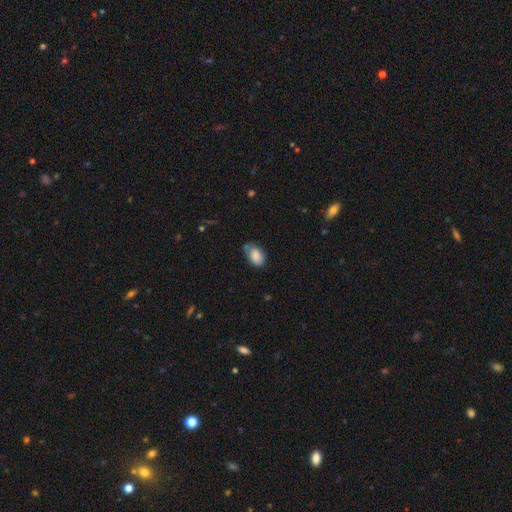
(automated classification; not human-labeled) Smooth or featured: smooth — 85% (star or artifact — 8%)
How rounded: in between — 90% (round — 9%)
Merging: none — 54% (minor disturbance — 34%)